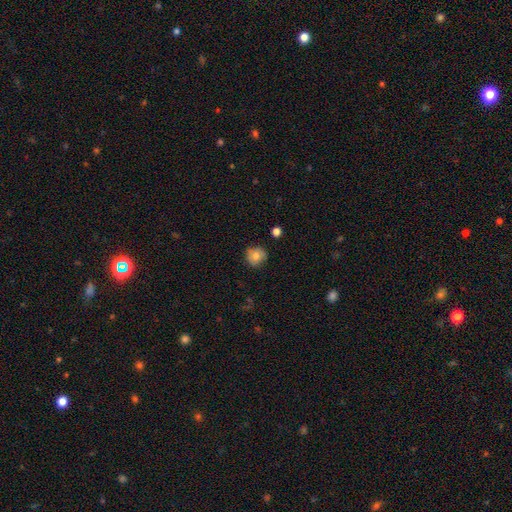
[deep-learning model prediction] Smooth or featured: smooth — 74% (featured or disk — 16%)
How rounded: round — 87% (in between — 12%)
Merging: none — 77% (minor disturbance — 18%)